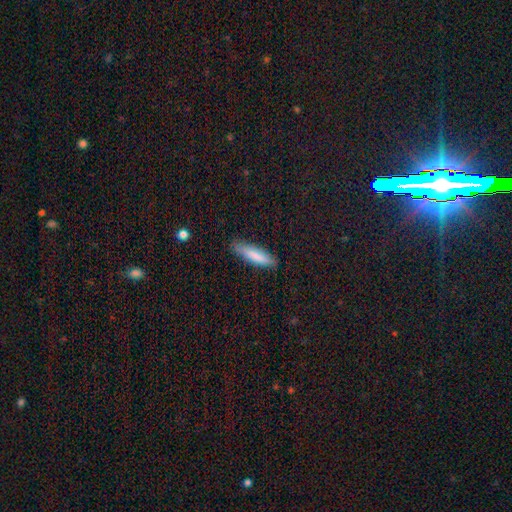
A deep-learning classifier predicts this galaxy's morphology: type=smooth (81%); roundness=cigar-shaped (75%); merging=none (83%).